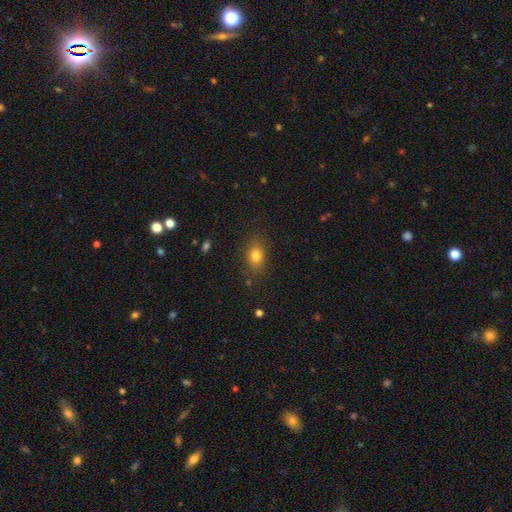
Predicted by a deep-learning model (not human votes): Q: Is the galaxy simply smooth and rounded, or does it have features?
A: smooth — 80%.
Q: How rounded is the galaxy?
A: in between — 73%.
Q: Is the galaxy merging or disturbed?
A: none — 83%.